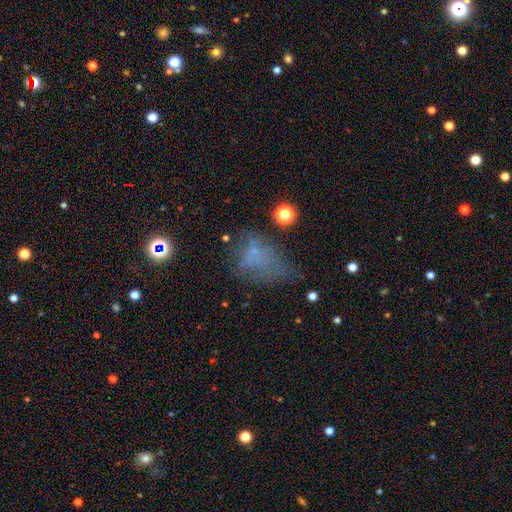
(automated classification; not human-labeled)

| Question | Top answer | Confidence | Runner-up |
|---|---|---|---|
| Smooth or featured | smooth | 47% | star or artifact (27%) |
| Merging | none | 35% | major disturbance (34%) |